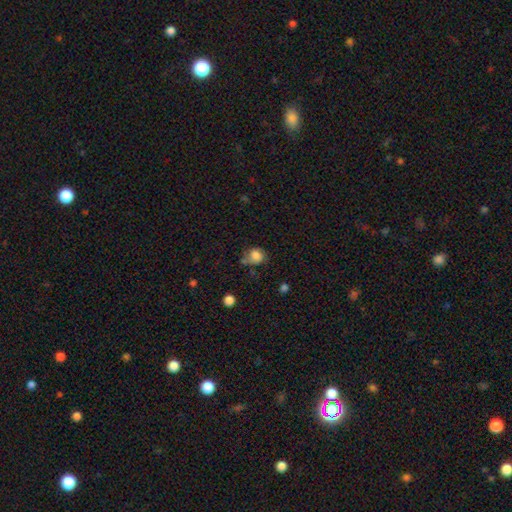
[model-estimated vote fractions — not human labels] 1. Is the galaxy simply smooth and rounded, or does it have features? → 81% smooth, 11% star or artifact, 8% featured or disk.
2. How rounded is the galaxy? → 69% round, 30% in between, 1% cigar-shaped.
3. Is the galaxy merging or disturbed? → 49% none, 28% minor disturbance, 12% major disturbance, 11% merger.